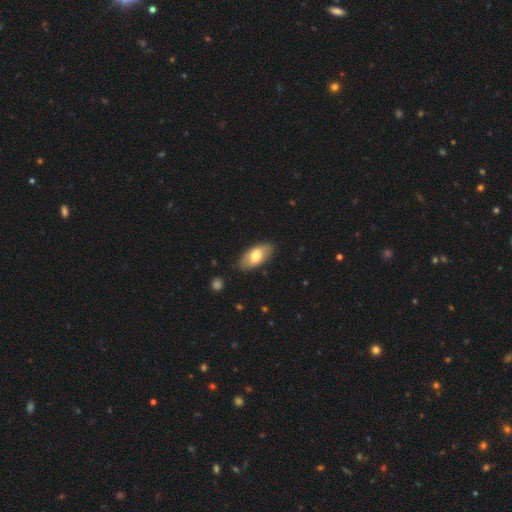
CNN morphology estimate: Overall: smooth (73%). How rounded: in between (92%). Merging: none (83%).